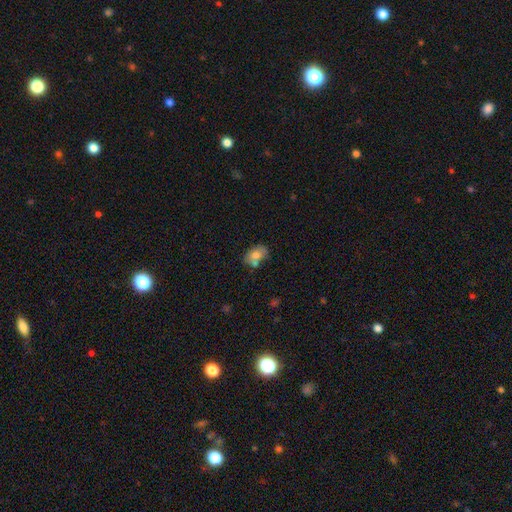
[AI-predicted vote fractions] Q: Smooth or featured?
A: smooth (70%); runner-up: featured or disk (21%)
Q: How rounded?
A: in between (81%); runner-up: round (18%)
Q: Merging?
A: none (52%); runner-up: merger (22%)